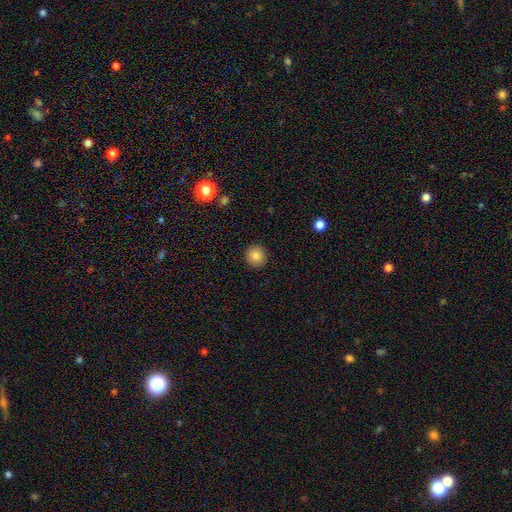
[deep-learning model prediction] smooth-or-featured: smooth: 84% | star or artifact: 10% | featured or disk: 6%
  how-rounded: round: 92% | in between: 7% | cigar-shaped: 1%
  merging: none: 92% | minor disturbance: 5% | major disturbance: 2% | merger: 1%